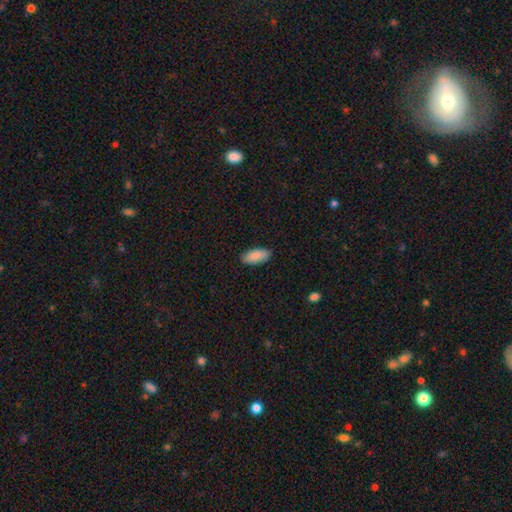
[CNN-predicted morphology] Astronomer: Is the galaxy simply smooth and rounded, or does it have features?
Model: smooth — 90%.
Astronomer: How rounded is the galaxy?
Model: in between — 88%.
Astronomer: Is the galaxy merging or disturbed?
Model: none — 88%.